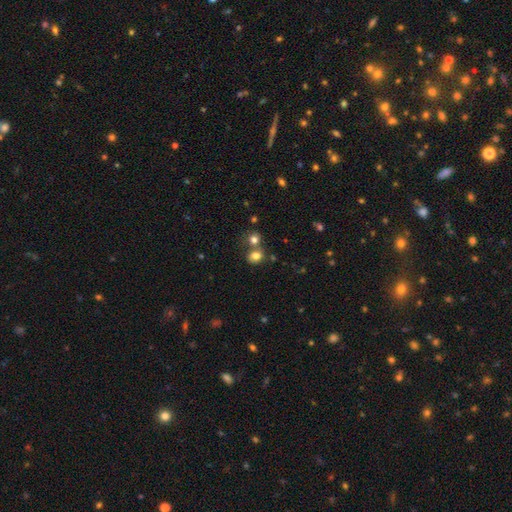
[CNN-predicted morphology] Smooth or featured?
  - smooth: 78% *
  - star or artifact: 14%
  - featured or disk: 8%
How rounded?
  - round: 61% *
  - in between: 38%
  - cigar-shaped: 1%
Merging?
  - none: 56% *
  - merger: 29%
  - minor disturbance: 10%
  - major disturbance: 4%